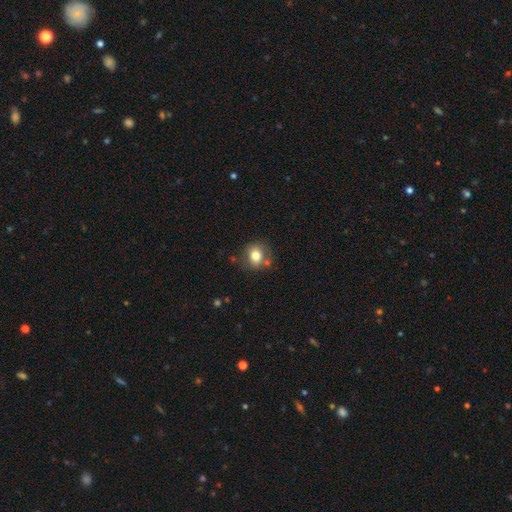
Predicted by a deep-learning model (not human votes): Smooth or featured?
  - smooth: 77% *
  - featured or disk: 13%
  - star or artifact: 10%
How rounded?
  - round: 75% *
  - in between: 24%
  - cigar-shaped: 1%
Merging?
  - none: 70% *
  - minor disturbance: 15%
  - merger: 10%
  - major disturbance: 5%